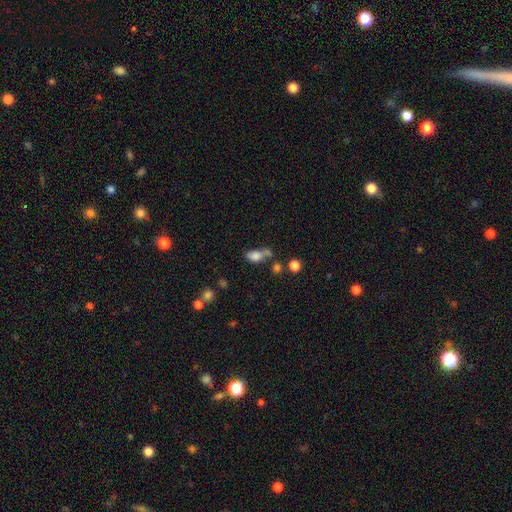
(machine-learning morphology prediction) A smooth galaxy with no disk features (76%) that is in between round and cigar-shaped (78%). Merging: merger (38%).